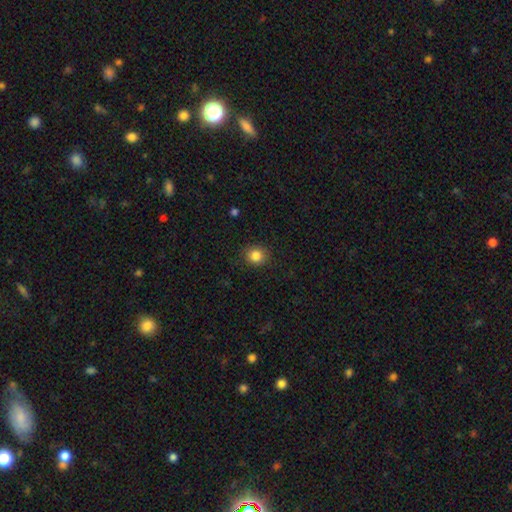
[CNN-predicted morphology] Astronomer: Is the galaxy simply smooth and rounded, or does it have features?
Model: smooth — 85%.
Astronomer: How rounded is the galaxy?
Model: round — 83%.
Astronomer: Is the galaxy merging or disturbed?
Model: none — 89%.